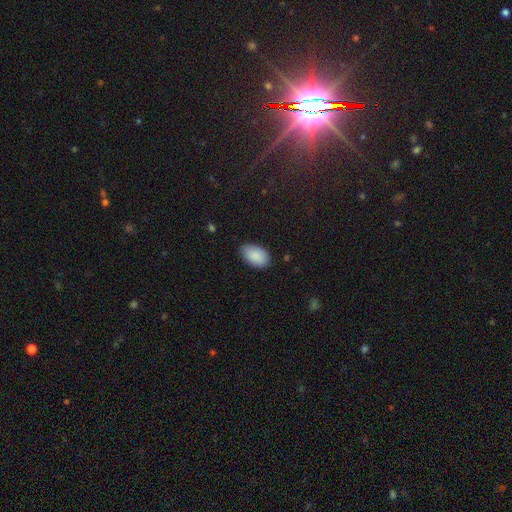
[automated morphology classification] A smooth galaxy with no disk features (89%) that is in between round and cigar-shaped (93%). Merging: none (77%).